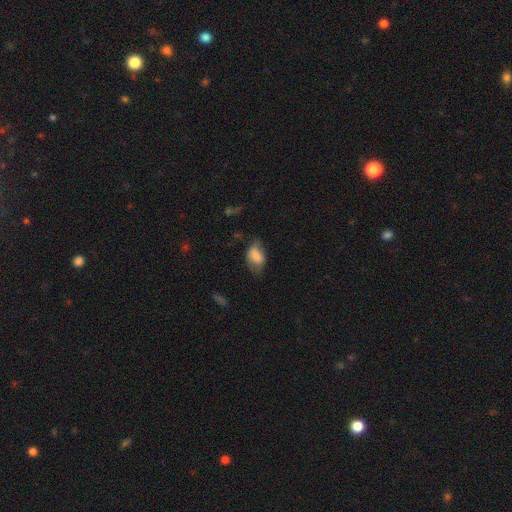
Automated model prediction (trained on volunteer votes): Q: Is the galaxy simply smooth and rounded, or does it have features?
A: smooth — 72%.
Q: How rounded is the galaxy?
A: in between — 87%.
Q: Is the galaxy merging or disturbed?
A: none — 44%.